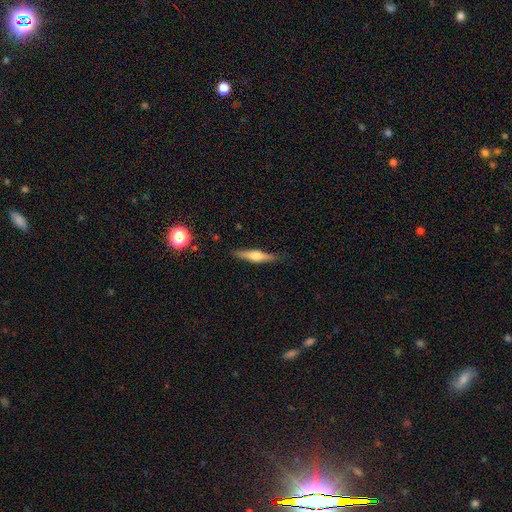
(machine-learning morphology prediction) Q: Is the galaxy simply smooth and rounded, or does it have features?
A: featured or disk — 60%.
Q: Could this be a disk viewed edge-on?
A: yes — 96%.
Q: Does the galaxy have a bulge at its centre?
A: rounded — 90%.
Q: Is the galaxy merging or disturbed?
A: none — 87%.